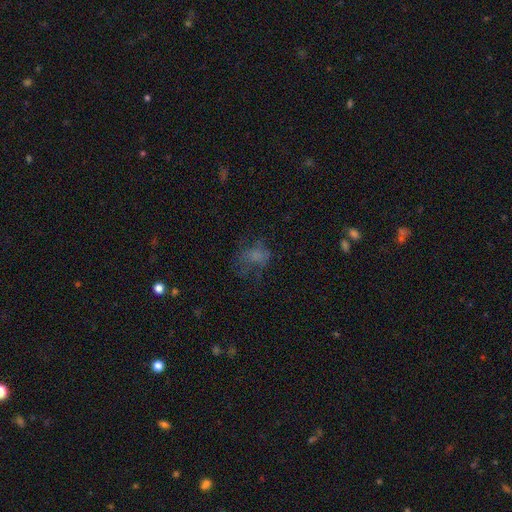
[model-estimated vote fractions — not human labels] smooth 53%, featured or disk 26%, star or artifact 21%. Down the decision tree: how rounded — in between (61%); merging — none (43%).